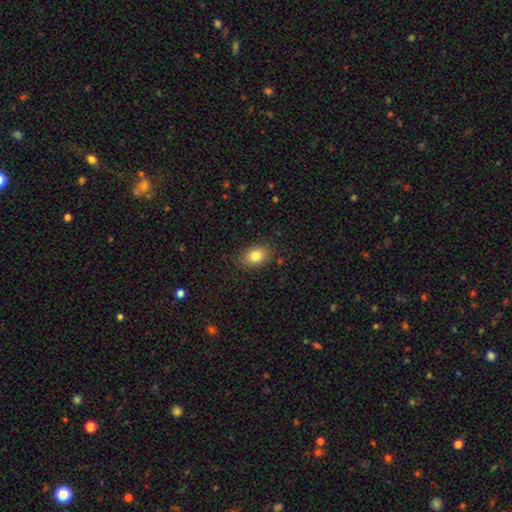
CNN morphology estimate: Smooth or featured? smooth (82%)
How rounded? in between (76%)
Merging? none (85%)